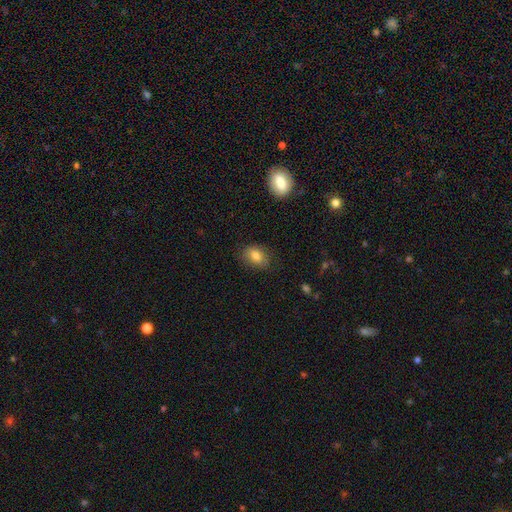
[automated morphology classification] type=smooth (82%); roundness=in between (78%); merging=none (80%).